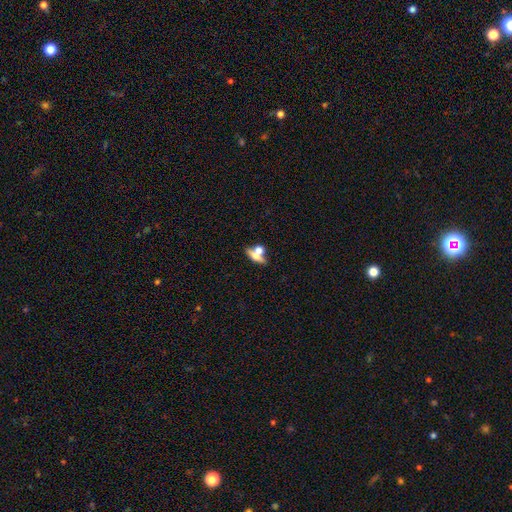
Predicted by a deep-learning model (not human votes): Smooth or featured? smooth (53%)
How rounded? in between (47%)
Merging? merger (47%)